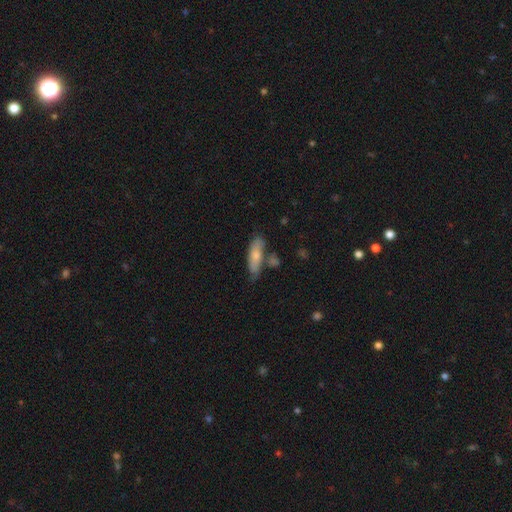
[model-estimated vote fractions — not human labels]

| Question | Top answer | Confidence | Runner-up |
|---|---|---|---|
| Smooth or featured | smooth | 68% | featured or disk (26%) |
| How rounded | cigar-shaped | 52% | in between (45%) |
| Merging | none | 54% | minor disturbance (24%) |